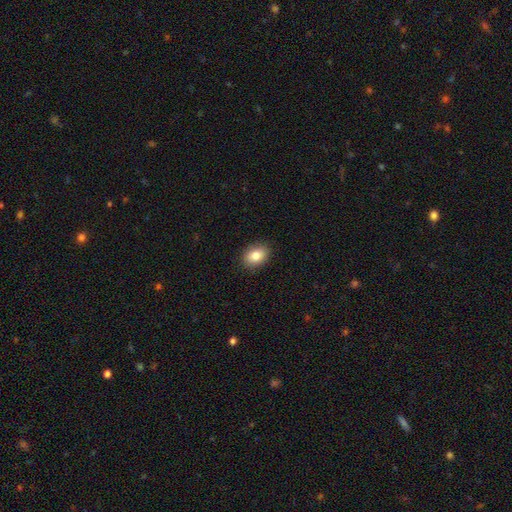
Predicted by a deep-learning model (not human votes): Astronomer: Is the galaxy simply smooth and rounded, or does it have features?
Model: smooth — 83%.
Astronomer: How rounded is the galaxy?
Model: in between — 74%.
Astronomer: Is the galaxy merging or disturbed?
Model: none — 89%.